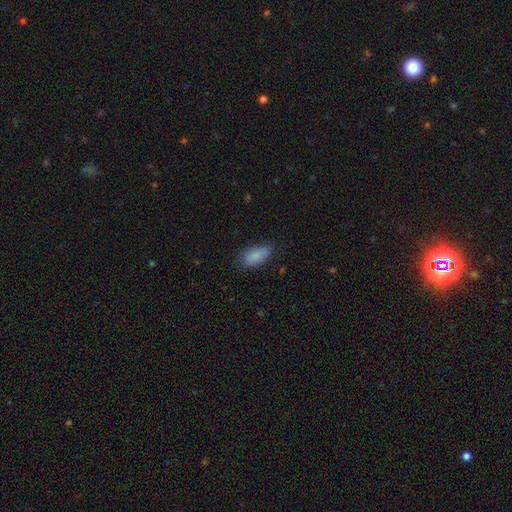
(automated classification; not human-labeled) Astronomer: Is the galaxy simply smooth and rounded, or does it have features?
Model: smooth — 85%.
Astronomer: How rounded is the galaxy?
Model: in between — 92%.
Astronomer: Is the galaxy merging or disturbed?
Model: none — 72%.